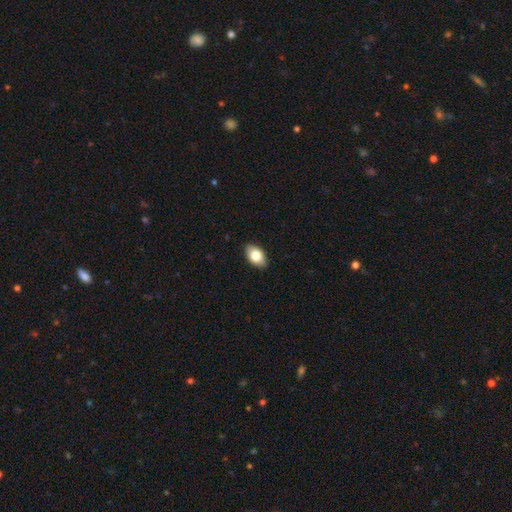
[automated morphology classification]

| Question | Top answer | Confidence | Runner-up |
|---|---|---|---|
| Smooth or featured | smooth | 80% | featured or disk (14%) |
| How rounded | in between | 91% | round (8%) |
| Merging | none | 88% | minor disturbance (9%) |